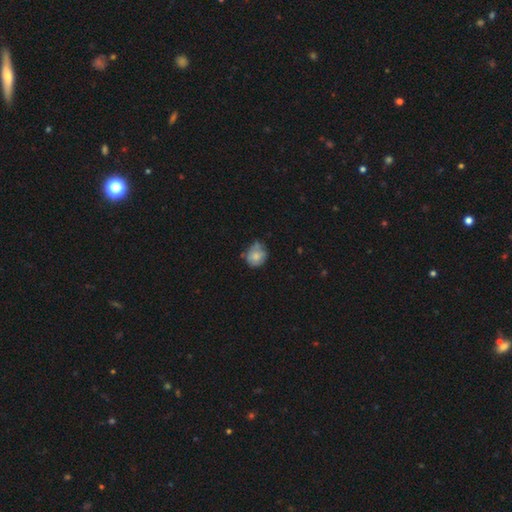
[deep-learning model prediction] A smooth galaxy with no disk features (68%) that is round (75%). Merging: none (53%).